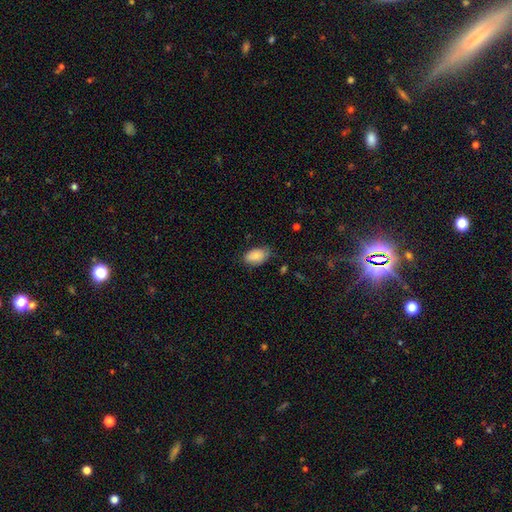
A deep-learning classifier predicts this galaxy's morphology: This appears to be a smooth galaxy with no disk features (84%) that is in between round and cigar-shaped (92%). Merging: none (69%).